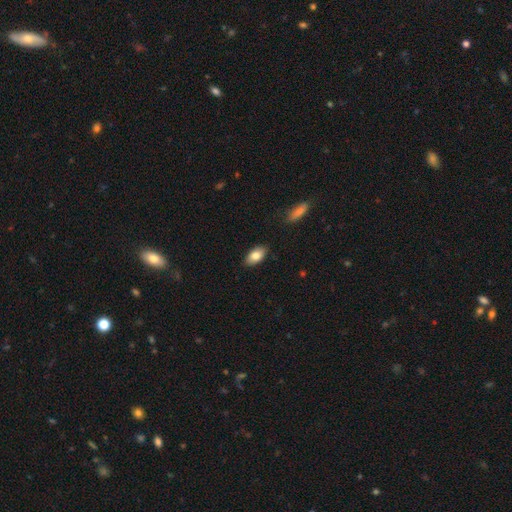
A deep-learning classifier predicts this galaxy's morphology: This is clearly a smooth galaxy (81%). How rounded: clearly in between (93%). Merging: clearly none (87%).